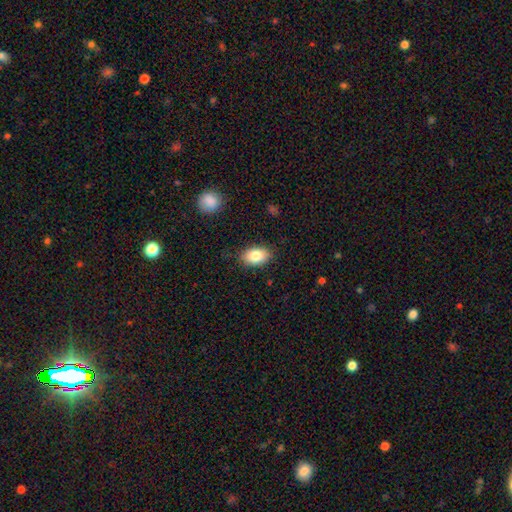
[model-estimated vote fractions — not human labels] This appears to be a smooth galaxy with no disk features (83%) that is in between round and cigar-shaped (89%). Merging: none (85%).